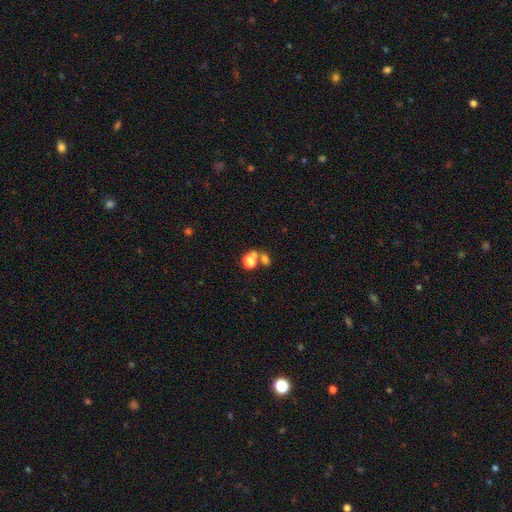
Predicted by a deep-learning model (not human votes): Smooth or featured?
  - smooth: 51% *
  - star or artifact: 35%
  - featured or disk: 14%
How rounded?
  - round: 72% *
  - in between: 26%
  - cigar-shaped: 2%
Merging?
  - none: 51% *
  - merger: 35%
  - minor disturbance: 8%
  - major disturbance: 6%